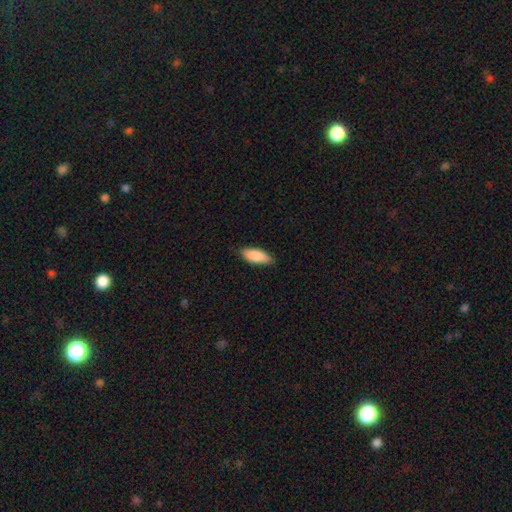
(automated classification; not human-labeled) smooth_or_featured: smooth (p=0.88) [alt: featured or disk p=0.06]
how_rounded: in between (p=0.78) [alt: cigar-shaped p=0.20]
merging: none (p=0.84) [alt: minor disturbance p=0.13]